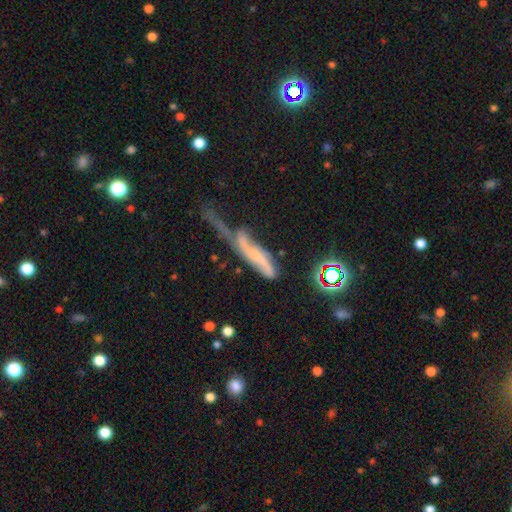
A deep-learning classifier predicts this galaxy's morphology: smooth-or-featured: featured or disk: 55% | smooth: 30% | star or artifact: 15%
  disk-edge-on: no: 60% | yes: 40%
  merging: major disturbance: 40% | merger: 20% | minor disturbance: 20% | none: 19%